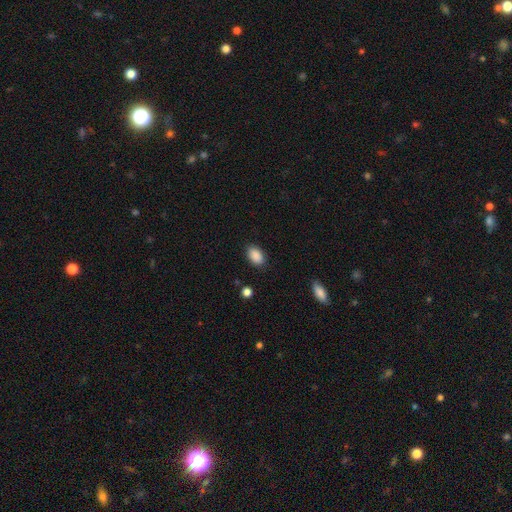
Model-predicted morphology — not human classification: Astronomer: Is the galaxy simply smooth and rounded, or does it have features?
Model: smooth — 89%.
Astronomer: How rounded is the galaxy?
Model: in between — 86%.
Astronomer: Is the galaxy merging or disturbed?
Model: none — 85%.